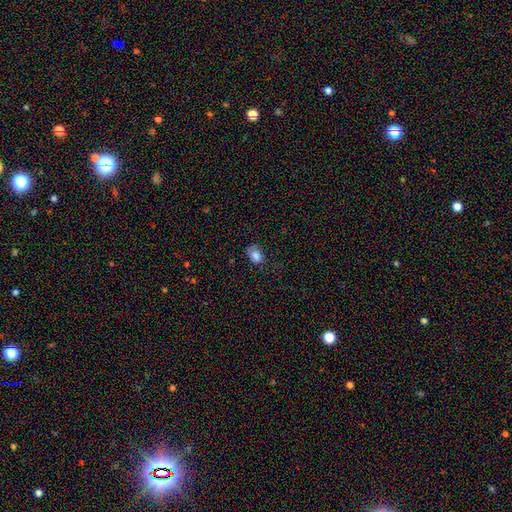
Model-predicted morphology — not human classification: type=smooth (82%); roundness=in between (72%); merging=none (56%).